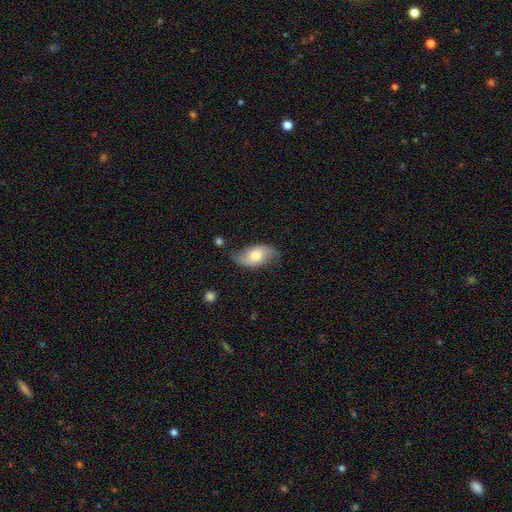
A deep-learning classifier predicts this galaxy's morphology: Smooth or featured? Predicted: smooth (p=0.48). Merging? Predicted: none (p=0.64).